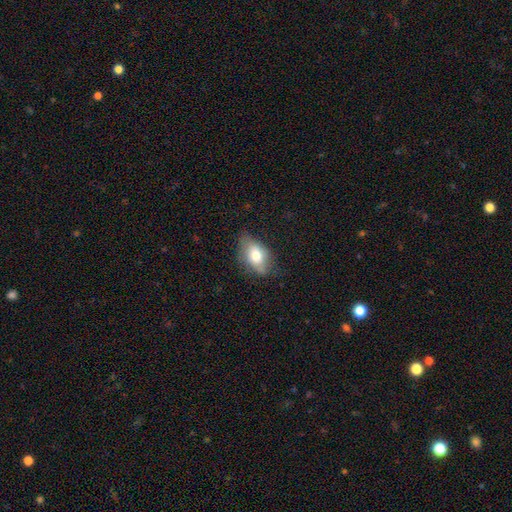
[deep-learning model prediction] Smooth or featured? smooth (69%)
How rounded? in between (85%)
Merging? none (60%)